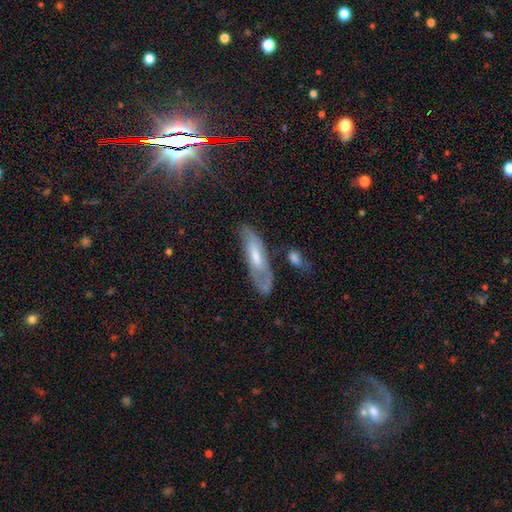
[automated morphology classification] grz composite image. It shows a featured or disk galaxy (53%). Merging: none (60%).